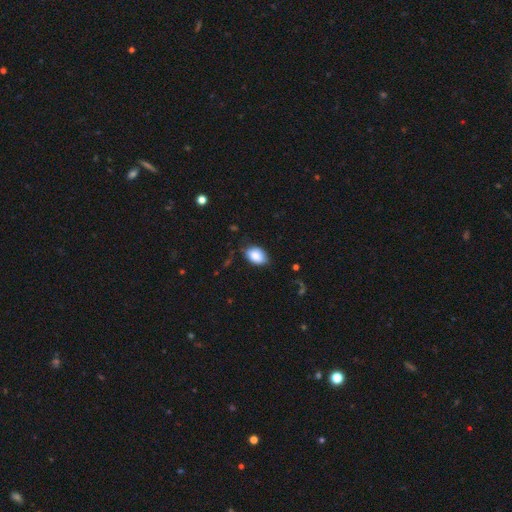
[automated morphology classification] type=smooth (86%); roundness=in between (86%); merging=none (74%).